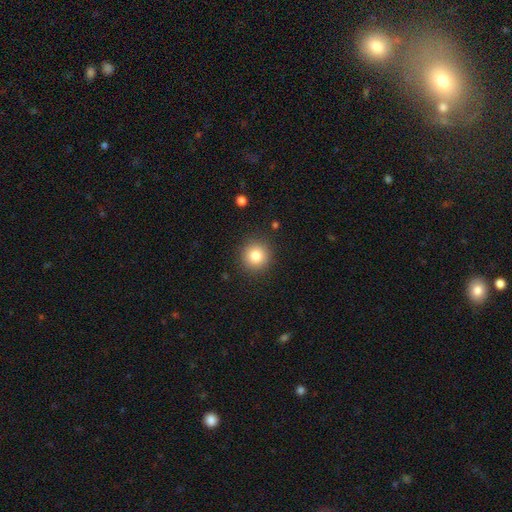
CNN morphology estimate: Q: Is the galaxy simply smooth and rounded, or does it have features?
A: smooth — 81%.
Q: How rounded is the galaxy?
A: round — 94%.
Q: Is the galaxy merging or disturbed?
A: none — 90%.